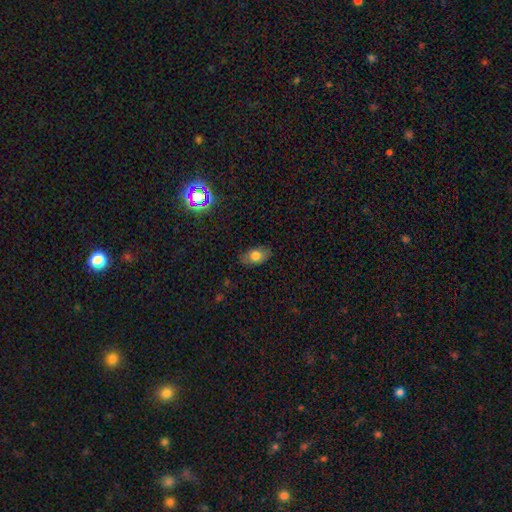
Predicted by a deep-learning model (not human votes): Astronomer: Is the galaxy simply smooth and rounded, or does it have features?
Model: smooth — 75%.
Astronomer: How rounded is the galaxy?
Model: in between — 87%.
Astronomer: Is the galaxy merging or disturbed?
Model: none — 82%.